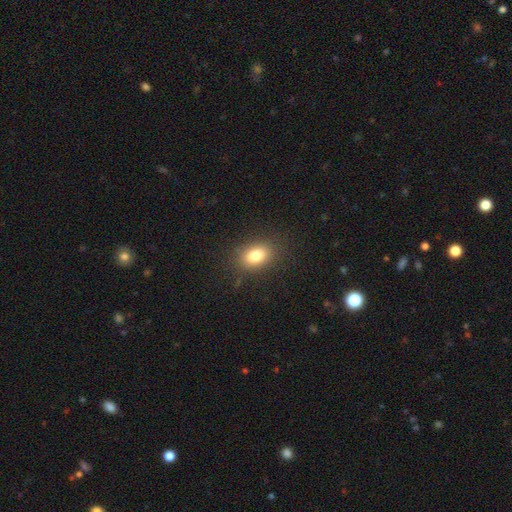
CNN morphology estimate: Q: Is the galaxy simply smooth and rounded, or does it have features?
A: smooth — 80%.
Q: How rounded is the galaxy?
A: in between — 77%.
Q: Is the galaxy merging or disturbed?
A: none — 85%.